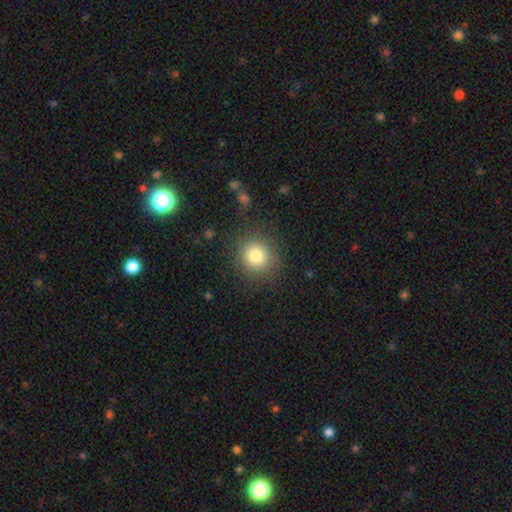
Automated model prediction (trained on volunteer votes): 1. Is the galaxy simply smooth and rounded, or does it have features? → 80% smooth, 12% star or artifact, 8% featured or disk.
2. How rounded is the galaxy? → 89% round, 10% in between, 1% cigar-shaped.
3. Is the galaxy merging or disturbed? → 86% none, 9% minor disturbance, 4% major disturbance, 2% merger.